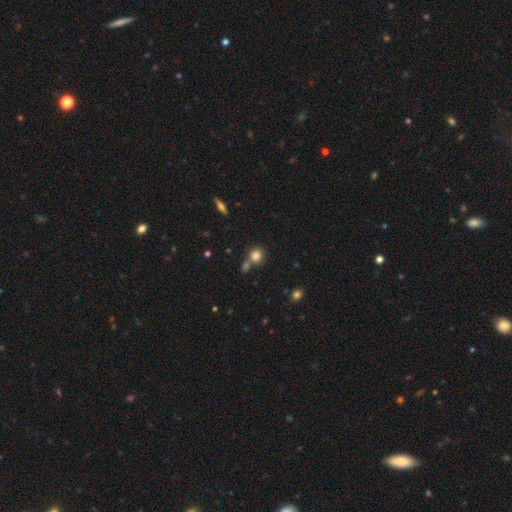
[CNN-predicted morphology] Smooth or featured? smooth (82%)
How rounded? round (81%)
Merging? none (59%)